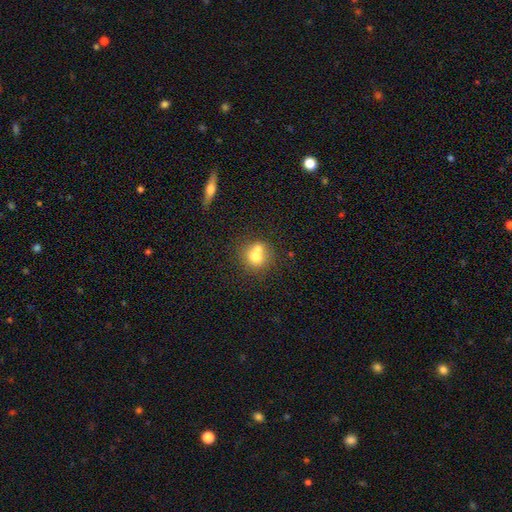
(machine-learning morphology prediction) Smooth or featured? smooth (69%)
How rounded? round (81%)
Merging? merger (50%)